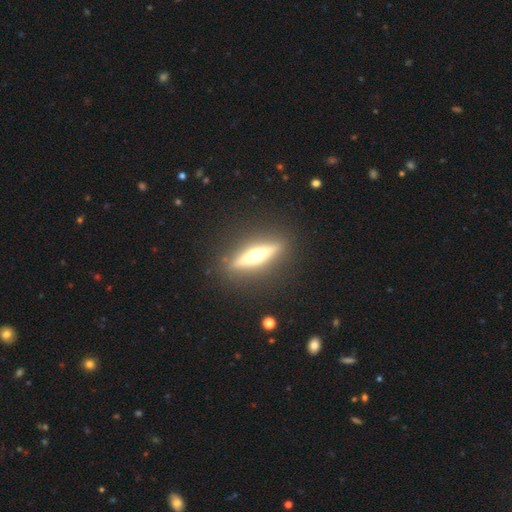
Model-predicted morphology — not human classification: This is likely a featured or disk galaxy (75%). It is clearly viewed edge-on (96%). Edge-on bulge: clearly rounded (93%). Merging: clearly none (89%).